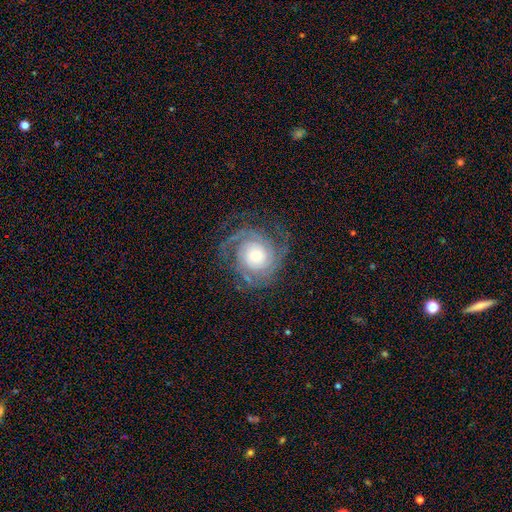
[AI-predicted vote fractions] The model was most divided on "bulge size": moderate: 46%, small: 39%, large: 12%, dominant: 2%, none: 1%. Remaining: edge-on disk — no (98%); spiral arms — yes (97%); smooth or featured — featured or disk (87%); bar — no (77%); merging — none (75%); spiral winding — tight (68%); spiral arm count — 2 (36%).